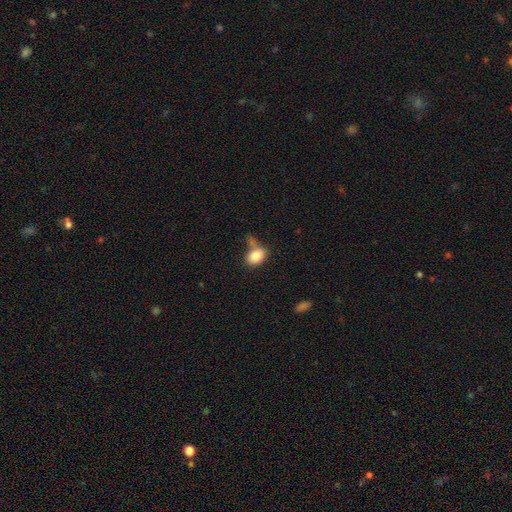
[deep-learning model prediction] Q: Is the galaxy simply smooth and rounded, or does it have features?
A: smooth — 85%.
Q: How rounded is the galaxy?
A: in between — 82%.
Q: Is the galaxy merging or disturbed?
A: none — 48%.